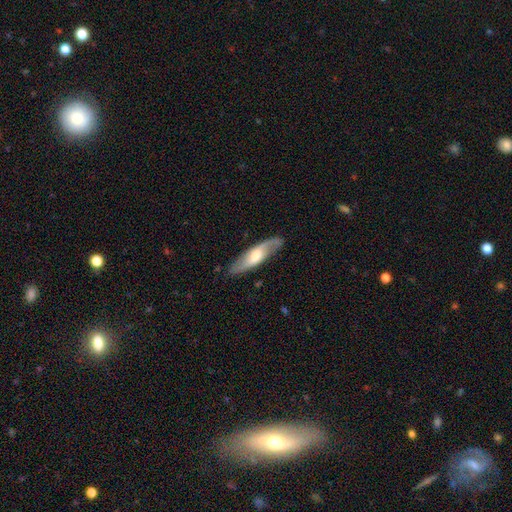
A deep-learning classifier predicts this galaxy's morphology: This is likely a featured or disk galaxy (61%). It is likely not viewed edge-on (62%). Merging: clearly none (84%).